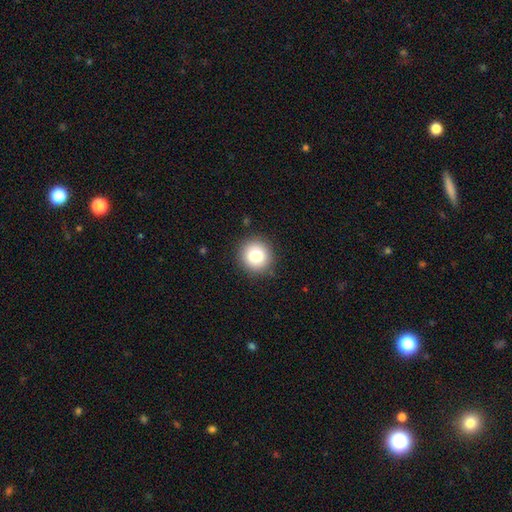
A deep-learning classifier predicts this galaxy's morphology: The model was most divided on "smooth or featured": smooth: 80%, star or artifact: 10%, featured or disk: 10%. More confident: how rounded — round (92%); merging — none (89%).